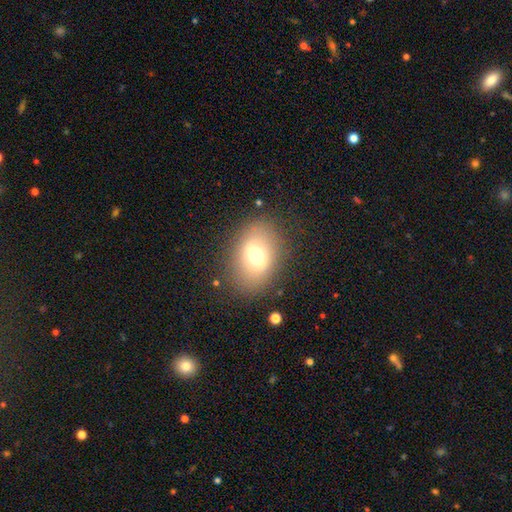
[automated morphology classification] Overall: smooth (47%; featured or disk 42%). Merging: none (81%).